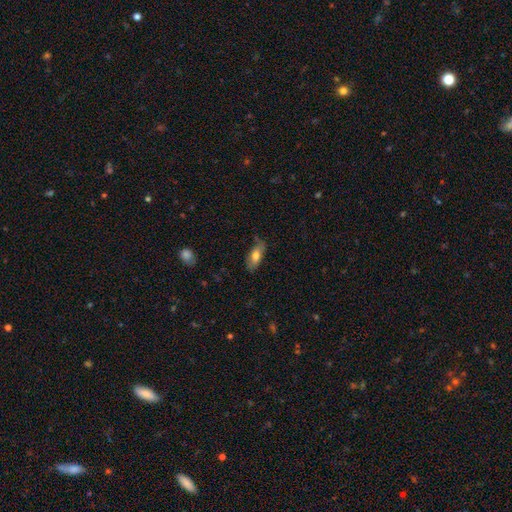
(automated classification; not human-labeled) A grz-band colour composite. It shows a smooth galaxy with no disk features (69%) that is in between round and cigar-shaped (81%). Merging: none (71%).